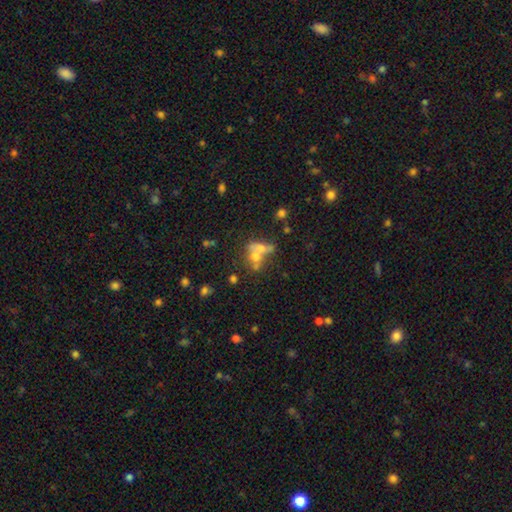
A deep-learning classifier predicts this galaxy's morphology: Overall: smooth (46%; featured or disk 32%). Merging: merger (54%; none 29%).